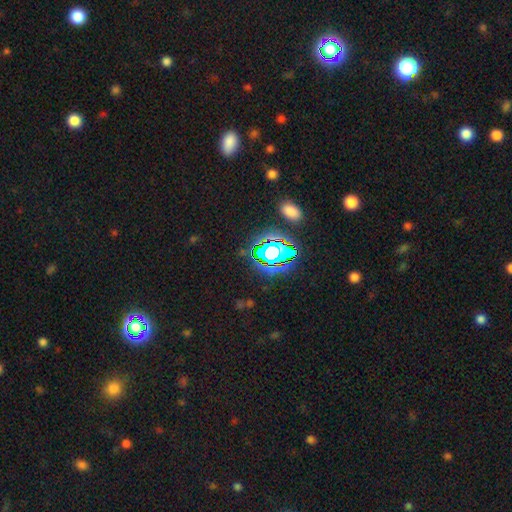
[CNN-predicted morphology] type=star or artifact (76%).